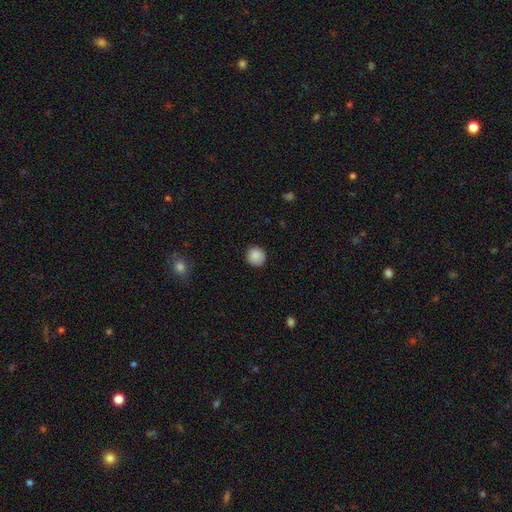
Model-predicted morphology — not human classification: smooth 88%, star or artifact 8%, featured or disk 4%. Down the decision tree: how rounded — round (92%); merging — none (87%).